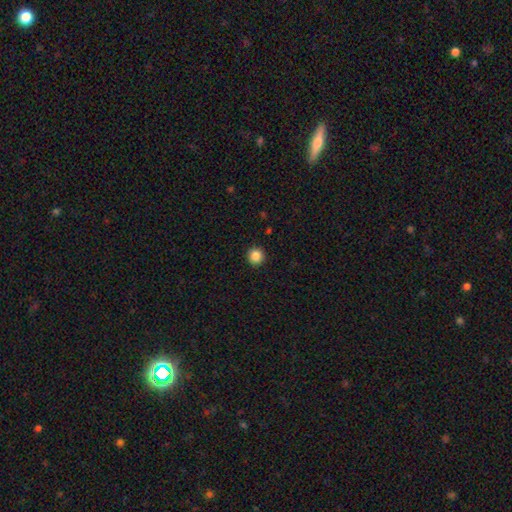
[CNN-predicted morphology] Q: Smooth or featured?
A: smooth (86%); runner-up: star or artifact (10%)
Q: How rounded?
A: round (93%); runner-up: in between (6%)
Q: Merging?
A: none (92%); runner-up: minor disturbance (5%)